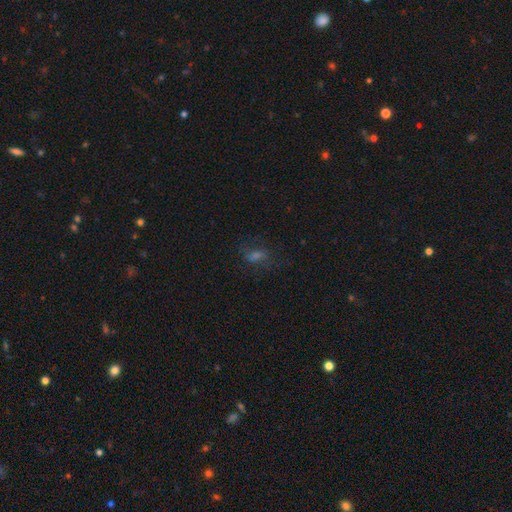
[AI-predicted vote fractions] Smooth or featured? smooth (40%)
Merging? none (67%)